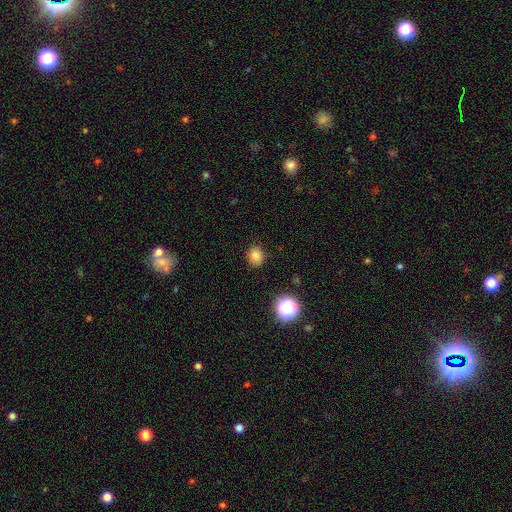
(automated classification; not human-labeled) Smooth or featured?
  - smooth: 81% *
  - star or artifact: 14%
  - featured or disk: 5%
How rounded?
  - round: 55% *
  - in between: 44%
  - cigar-shaped: 1%
Merging?
  - none: 85% *
  - minor disturbance: 11%
  - major disturbance: 3%
  - merger: 1%